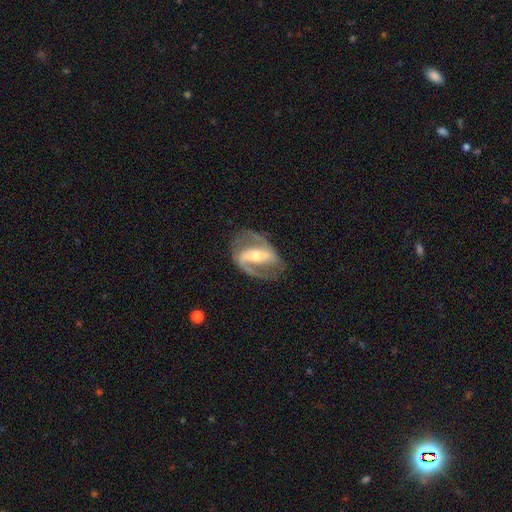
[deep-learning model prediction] A featured or disk galaxy (89%) with a strong bar (58%), 2 (89%) medium (52%) spiral arms (94%) and a moderate central bulge (58%).

Vote fractions:
- Smooth or featured? featured or disk: 89% / smooth: 6% / star or artifact: 5%
- Edge-on disk? no: 96% / yes: 4%
- Bar? strong: 58% / weak: 28% / no: 14%
- Spiral arms? yes: 94% / no: 6%
- Spiral winding? medium: 52% / loose: 26% / tight: 21%
- Spiral arm count? 2: 89% / 1: 4% / can't tell: 3% / 3: 1% / 4: 1% / more than 4: 1%
- Bulge size? moderate: 58% / small: 36% / large: 4% / none: 1% / dominant: 1%
- Merging? none: 76% / minor disturbance: 14% / major disturbance: 8% / merger: 1%